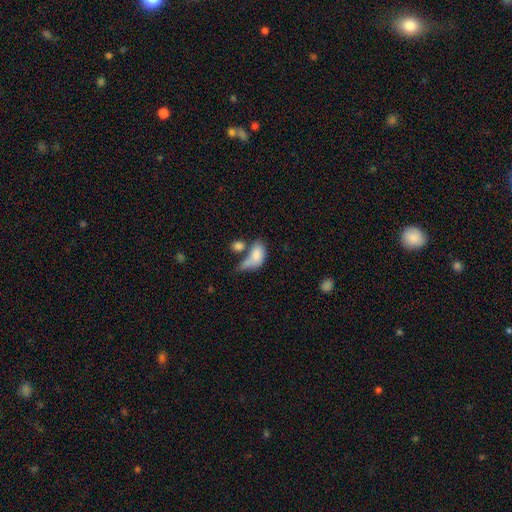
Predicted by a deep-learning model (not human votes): A smooth galaxy with no disk features (77%) that is in between round and cigar-shaped (89%). Merging: merger (44%).